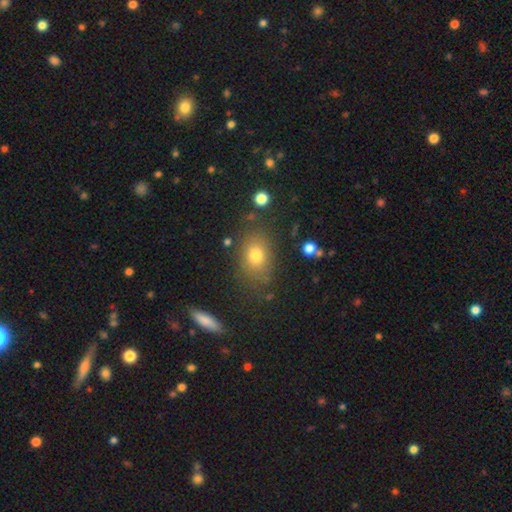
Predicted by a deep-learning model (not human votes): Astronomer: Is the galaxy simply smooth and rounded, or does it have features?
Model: smooth — 74%.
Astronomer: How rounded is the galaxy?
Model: in between — 71%.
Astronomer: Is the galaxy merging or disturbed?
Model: none — 78%.